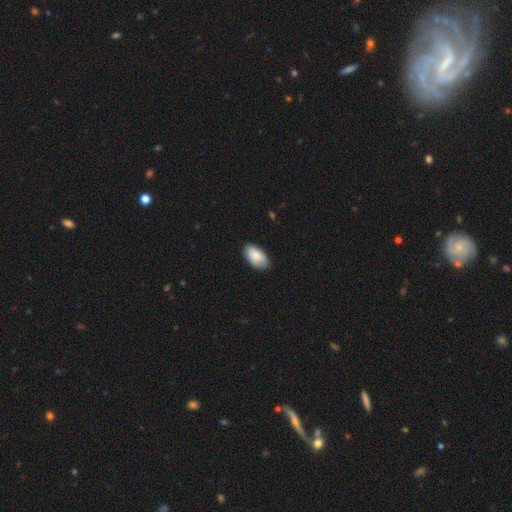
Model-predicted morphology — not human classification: A smooth galaxy with no disk features (82%) that is in between round and cigar-shaped (95%).

Vote fractions:
- Smooth or featured? smooth: 82% / featured or disk: 12% / star or artifact: 6%
- How rounded? in between: 95% / round: 3% / cigar-shaped: 2%
- Merging? none: 81% / minor disturbance: 15% / major disturbance: 2% / merger: 1%